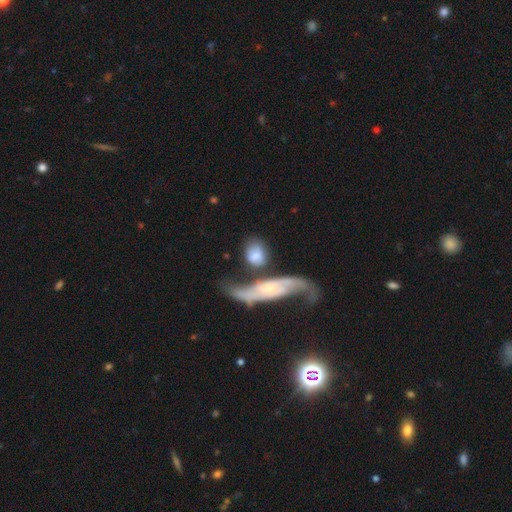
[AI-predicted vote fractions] A smooth galaxy with no disk features (66%) that is in between round and cigar-shaped (53%).

Vote fractions:
- Smooth or featured? smooth: 66% / featured or disk: 28% / star or artifact: 6%
- How rounded? in between: 53% / round: 38% / cigar-shaped: 9%
- Merging? none: 41% / merger: 30% / minor disturbance: 17% / major disturbance: 11%